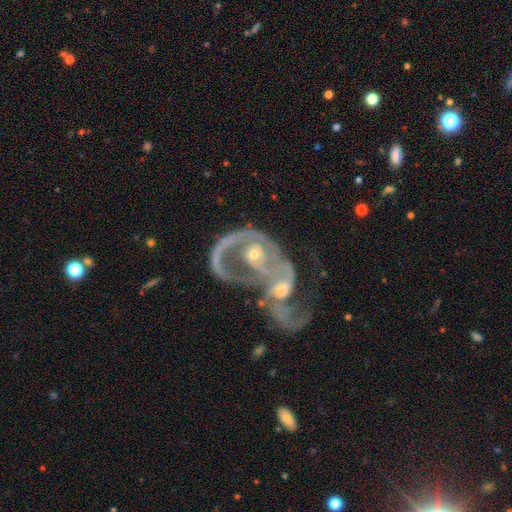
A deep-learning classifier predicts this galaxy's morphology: A featured or disk galaxy (84%) with no bar (64%), 2 (47%) medium (40%) spiral arms (81%) and a moderate central bulge (54%).

Vote fractions:
- Smooth or featured? featured or disk: 84% / smooth: 10% / star or artifact: 6%
- Edge-on disk? no: 96% / yes: 4%
- Bar? no: 64% / weak: 26% / strong: 9%
- Spiral arms? yes: 81% / no: 19%
- Spiral winding? medium: 40% / loose: 31% / tight: 29%
- Spiral arm count? 2: 47% / 1: 28% / can't tell: 18% / 3: 3% / 4: 2% / more than 4: 2%
- Bulge size? moderate: 54% / small: 38% / none: 4% / large: 4% / dominant: 1%
- Merging? merger: 79% / major disturbance: 9% / none: 8% / minor disturbance: 4%